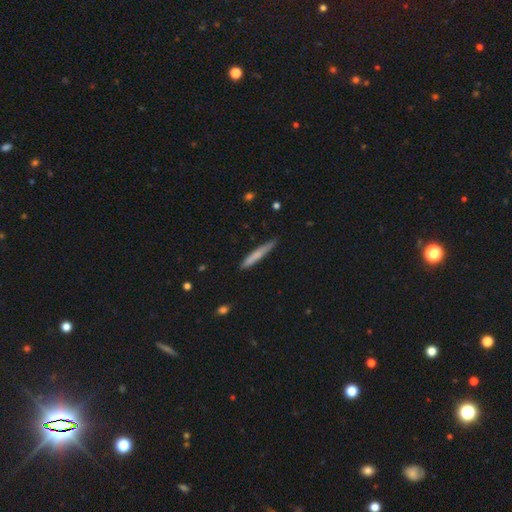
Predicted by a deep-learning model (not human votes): Smooth or featured? Predicted: smooth (p=0.69). How rounded? Predicted: cigar-shaped (p=0.95). Merging? Predicted: none (p=0.80).